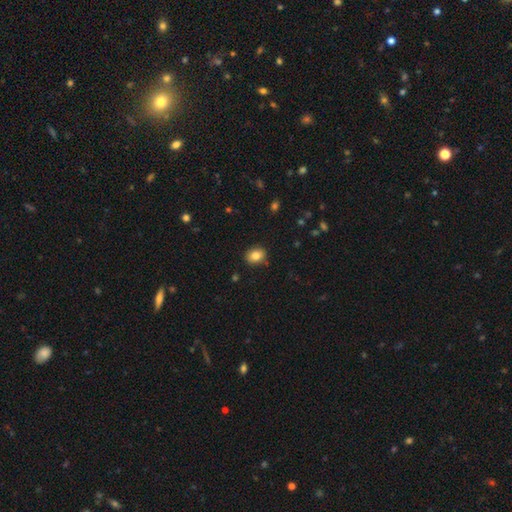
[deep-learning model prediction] smooth 82%, star or artifact 10%, featured or disk 8%. Down the decision tree: how rounded — in between (50%); merging — none (86%).